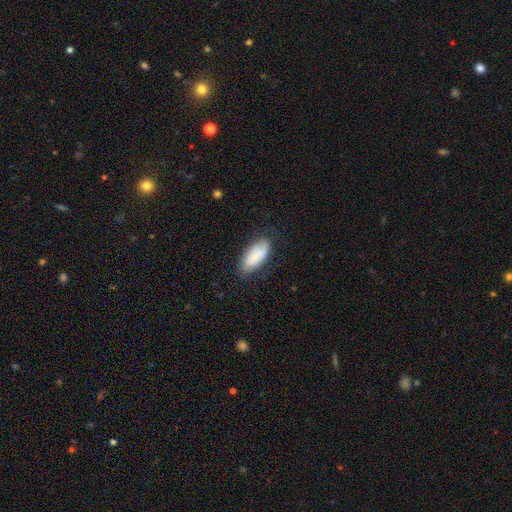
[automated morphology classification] This appears to be a smooth galaxy with no disk features (85%) that is in between round and cigar-shaped (86%). Merging: none (73%).